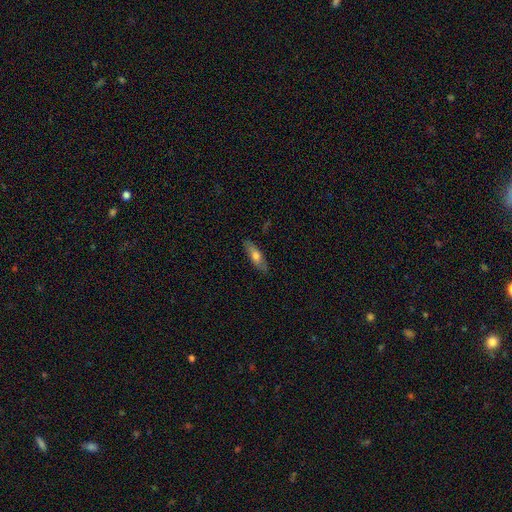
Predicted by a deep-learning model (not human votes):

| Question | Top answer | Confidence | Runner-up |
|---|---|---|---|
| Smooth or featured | smooth | 65% | featured or disk (29%) |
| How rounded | in between | 50% | cigar-shaped (48%) |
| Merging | none | 85% | minor disturbance (11%) |